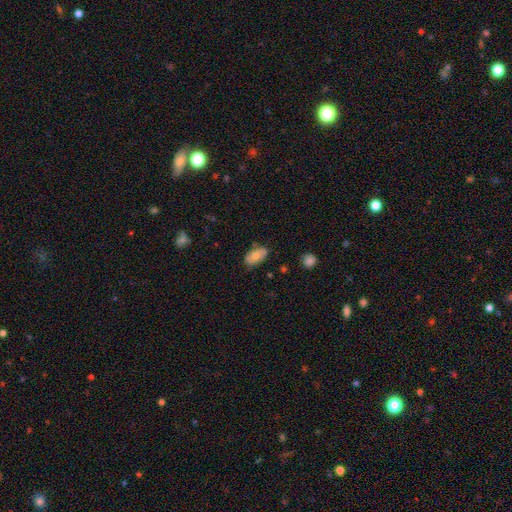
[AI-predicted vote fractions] This appears to be a smooth galaxy with no disk features (71%) that is in between round and cigar-shaped (93%). Merging: none (73%).